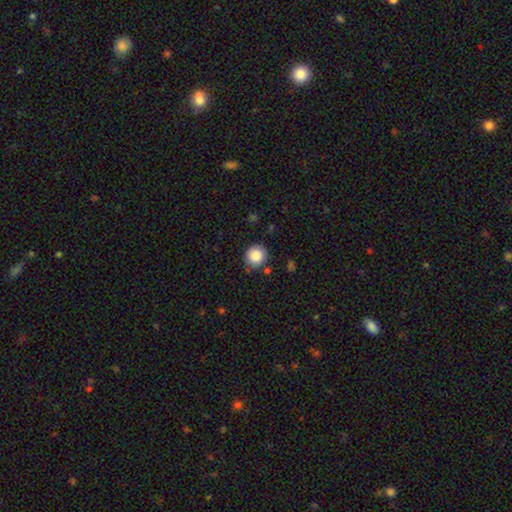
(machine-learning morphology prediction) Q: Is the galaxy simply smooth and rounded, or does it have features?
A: smooth — 85%.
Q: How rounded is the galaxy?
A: round — 90%.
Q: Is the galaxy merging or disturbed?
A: none — 82%.